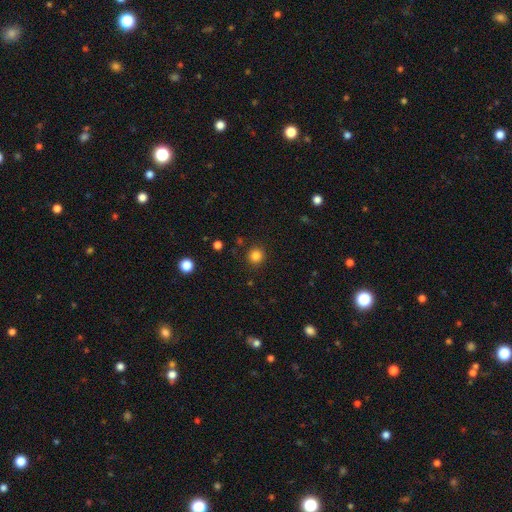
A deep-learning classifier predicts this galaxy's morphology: smooth_or_featured: smooth (p=0.83) [alt: star or artifact p=0.13]
how_rounded: round (p=0.93) [alt: in between p=0.06]
merging: none (p=0.90) [alt: minor disturbance p=0.06]